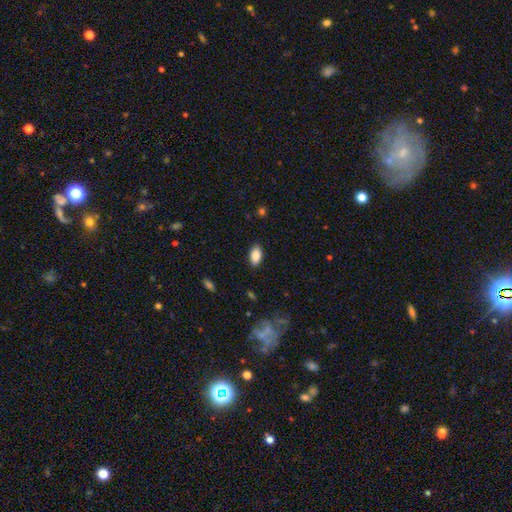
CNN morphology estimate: Smooth or featured: smooth — 86% (star or artifact — 8%)
How rounded: in between — 92% (cigar-shaped — 5%)
Merging: none — 87% (minor disturbance — 9%)